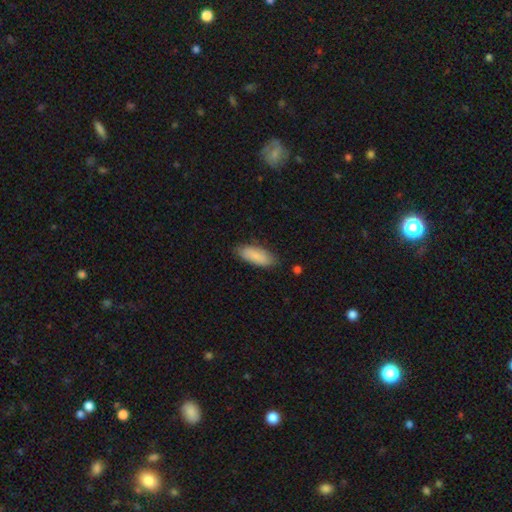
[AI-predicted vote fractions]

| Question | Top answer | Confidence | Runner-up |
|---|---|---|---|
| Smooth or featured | smooth | 84% | featured or disk (10%) |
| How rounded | in between | 79% | cigar-shaped (19%) |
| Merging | none | 79% | minor disturbance (17%) |